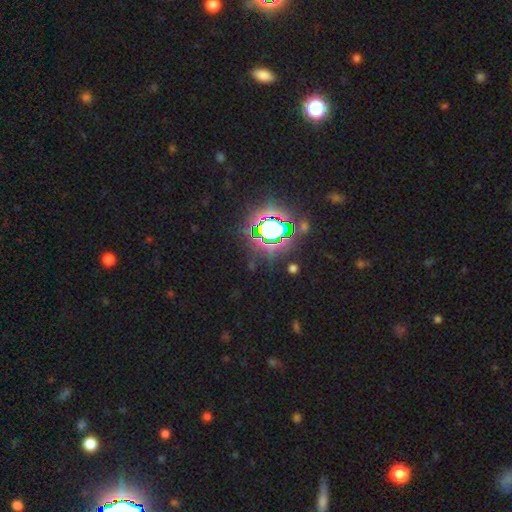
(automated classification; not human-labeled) smooth_or_featured: star or artifact (p=0.80) [alt: smooth p=0.12]